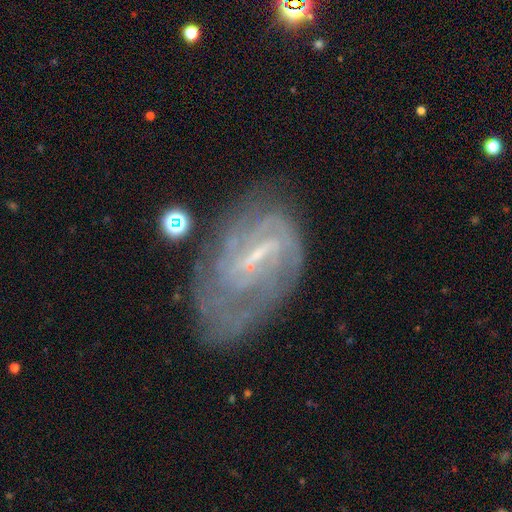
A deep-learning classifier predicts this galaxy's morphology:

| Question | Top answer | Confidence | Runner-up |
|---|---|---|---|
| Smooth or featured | featured or disk | 80% | smooth (12%) |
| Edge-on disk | no | 96% | yes (4%) |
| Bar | weak | 48% | strong (35%) |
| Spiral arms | yes | 88% | no (12%) |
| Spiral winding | tight | 55% | medium (33%) |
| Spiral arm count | can't tell | 42% | 2 (26%) |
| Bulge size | small | 64% | none (19%) |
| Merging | none | 57% | minor disturbance (24%) |